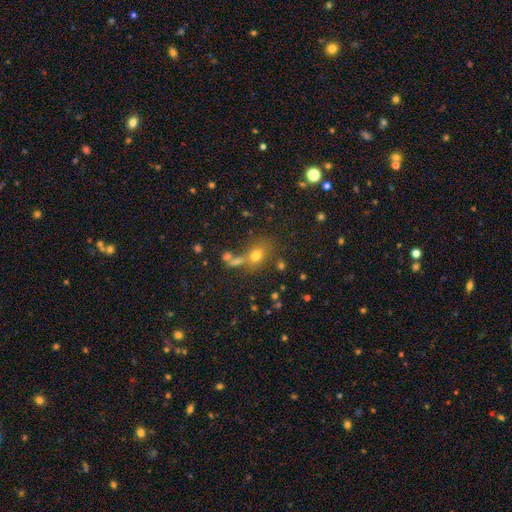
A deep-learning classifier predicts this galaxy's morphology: This is likely a smooth galaxy (67%). How rounded: possibly in between (54%). Merging: possibly none (57%).